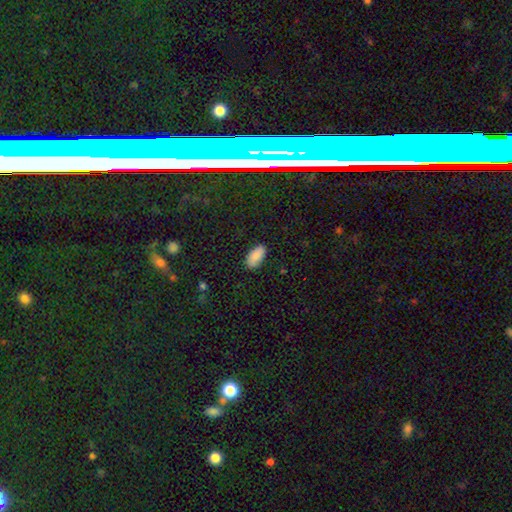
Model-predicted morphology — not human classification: Smooth or featured?
  - smooth: 89% *
  - star or artifact: 7%
  - featured or disk: 5%
How rounded?
  - in between: 94% *
  - cigar-shaped: 4%
  - round: 2%
Merging?
  - none: 86% *
  - minor disturbance: 10%
  - major disturbance: 2%
  - merger: 1%